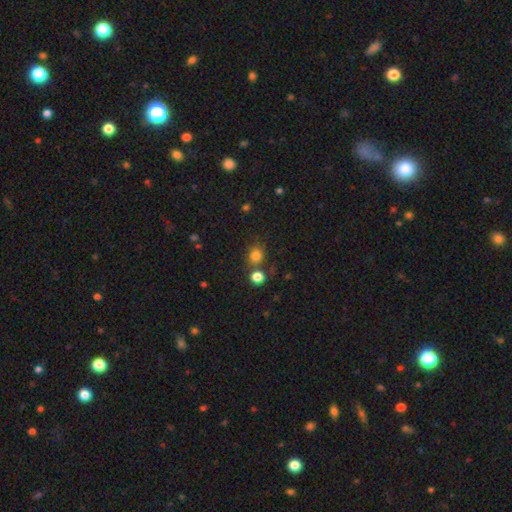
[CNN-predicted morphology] smooth_or_featured: smooth (p=0.80) [alt: star or artifact p=0.14]
how_rounded: round (p=0.81) [alt: in between p=0.18]
merging: none (p=0.68) [alt: merger p=0.17]